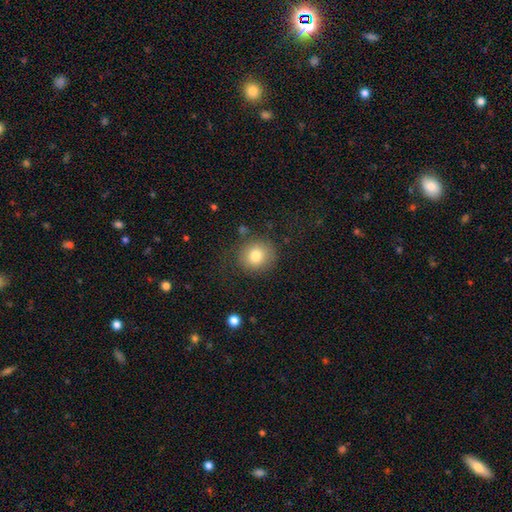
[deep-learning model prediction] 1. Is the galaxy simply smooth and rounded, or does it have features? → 79% smooth, 11% featured or disk, 10% star or artifact.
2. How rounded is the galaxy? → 84% round, 15% in between, 1% cigar-shaped.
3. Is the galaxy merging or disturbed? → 80% none, 12% minor disturbance, 6% major disturbance, 2% merger.